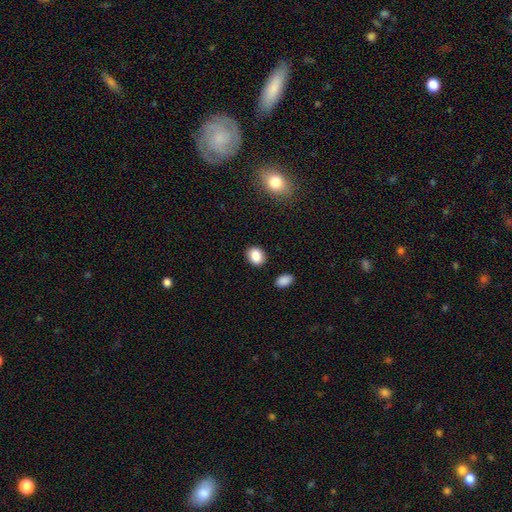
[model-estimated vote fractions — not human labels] smooth 87%, star or artifact 8%, featured or disk 4%. Down the decision tree: how rounded — in between (50%); merging — none (86%).